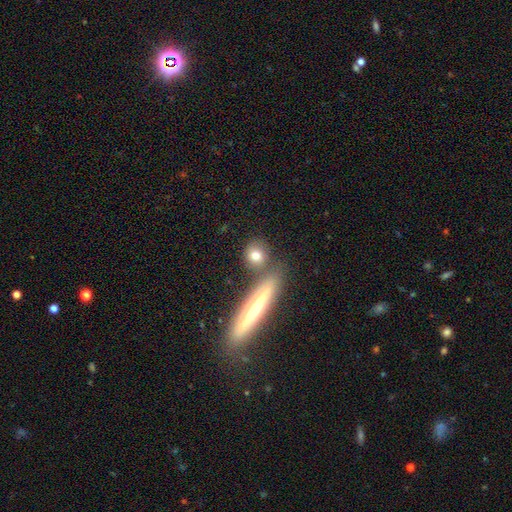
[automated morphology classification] Smooth or featured: smooth — 74% (featured or disk — 17%)
How rounded: round — 65% (in between — 24%)
Merging: none — 69% (merger — 17%)